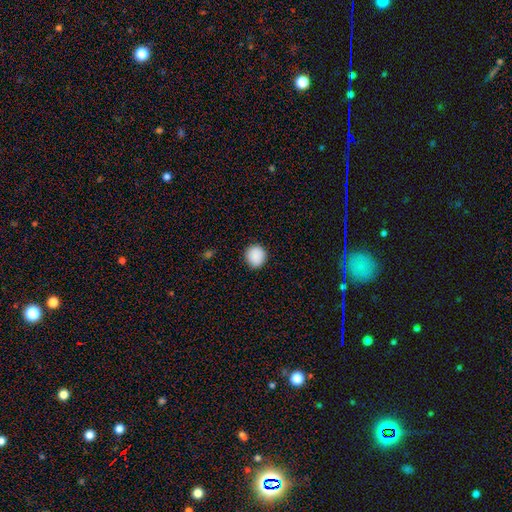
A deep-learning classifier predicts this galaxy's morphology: This is clearly a smooth galaxy (90%). How rounded: clearly round (91%). Merging: clearly none (91%).